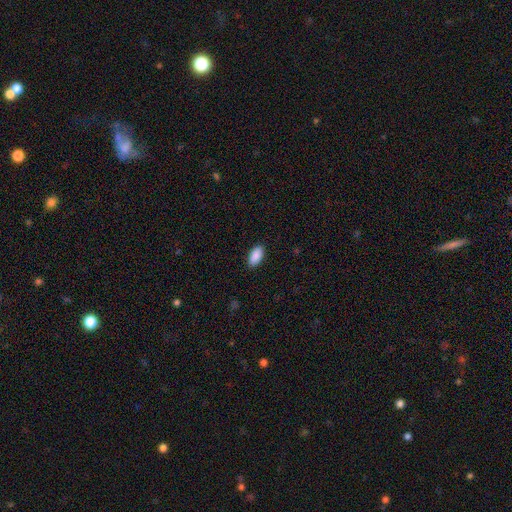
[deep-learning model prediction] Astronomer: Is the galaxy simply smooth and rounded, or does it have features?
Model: smooth — 90%.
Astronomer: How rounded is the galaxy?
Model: in between — 94%.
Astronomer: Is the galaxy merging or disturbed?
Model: none — 89%.